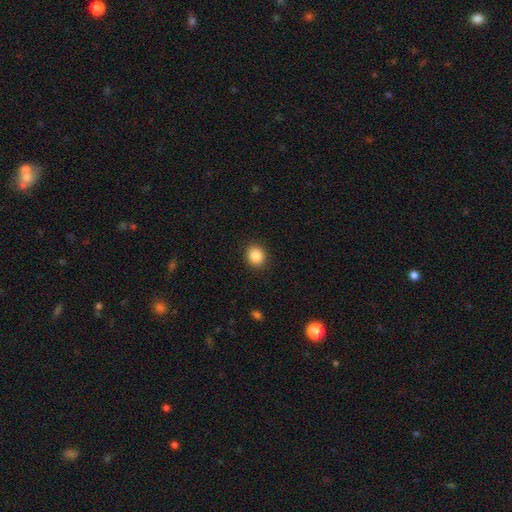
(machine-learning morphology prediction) Smooth or featured?
  - smooth: 87% *
  - star or artifact: 9%
  - featured or disk: 4%
How rounded?
  - round: 78% *
  - in between: 21%
  - cigar-shaped: 1%
Merging?
  - none: 91% *
  - minor disturbance: 6%
  - major disturbance: 2%
  - merger: 1%